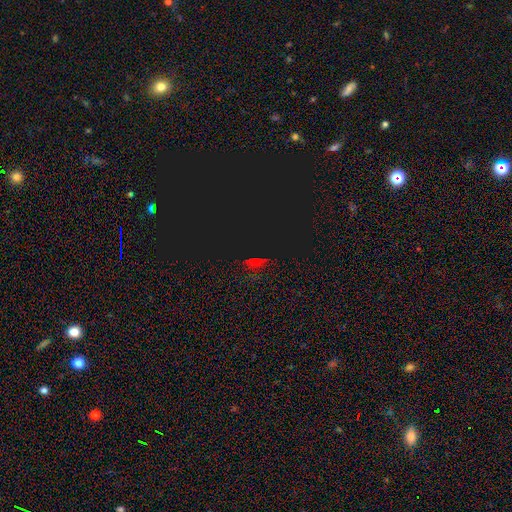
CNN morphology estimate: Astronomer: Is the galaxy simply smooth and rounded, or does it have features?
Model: star or artifact — 77%.